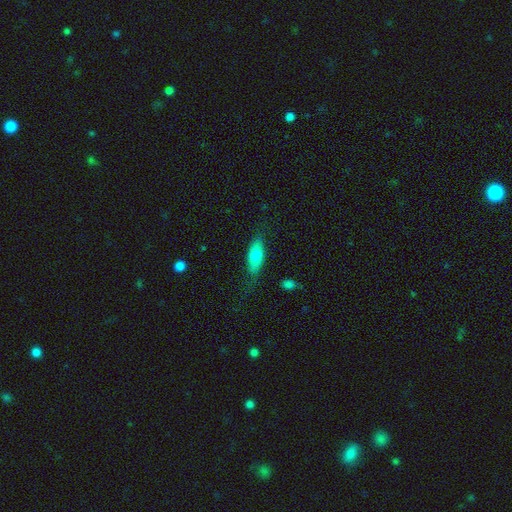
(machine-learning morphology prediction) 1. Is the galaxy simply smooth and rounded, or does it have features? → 71% smooth, 23% featured or disk, 6% star or artifact.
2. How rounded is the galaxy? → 72% in between, 25% cigar-shaped, 3% round.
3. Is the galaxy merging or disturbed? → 75% none, 18% minor disturbance, 5% major disturbance, 2% merger.